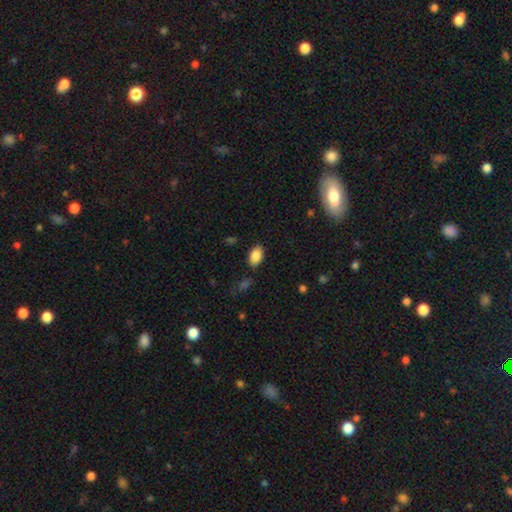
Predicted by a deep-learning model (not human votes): Smooth or featured? smooth (87%)
How rounded? in between (91%)
Merging? none (84%)